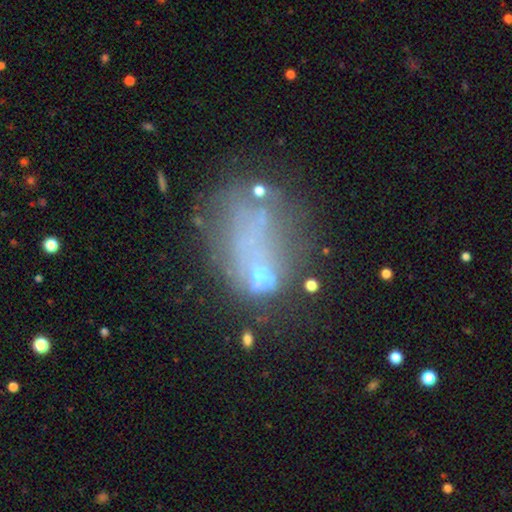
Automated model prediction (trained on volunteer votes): A featured or disk galaxy (38%). Merging: none (35%).